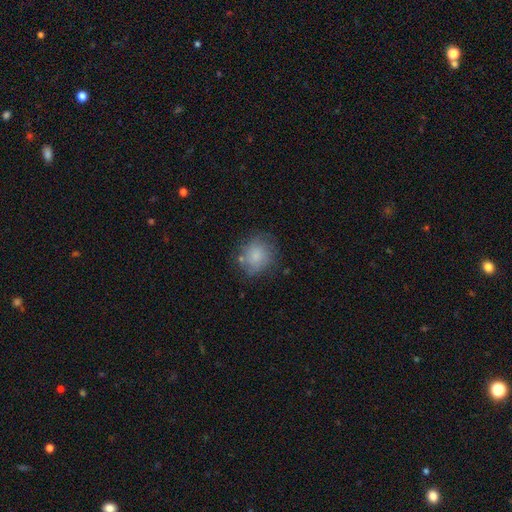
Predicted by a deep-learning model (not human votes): A smooth galaxy with no disk features (68%) that is round (73%). Merging: none (65%).